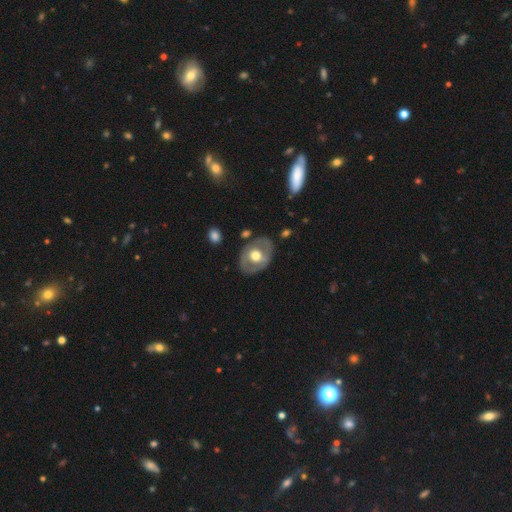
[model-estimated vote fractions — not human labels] Overall: featured or disk (57%; smooth 38%). Edge-on disk: no (92%). Bar: no (76%). Spiral arms: no (78%). Bulge size: moderate (61%; large 32%). Merging: none (76%).